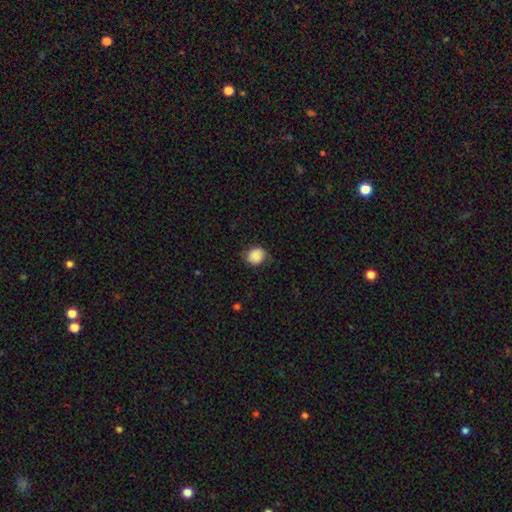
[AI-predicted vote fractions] A smooth galaxy with no disk features (83%) that is round (69%). Merging: none (71%).